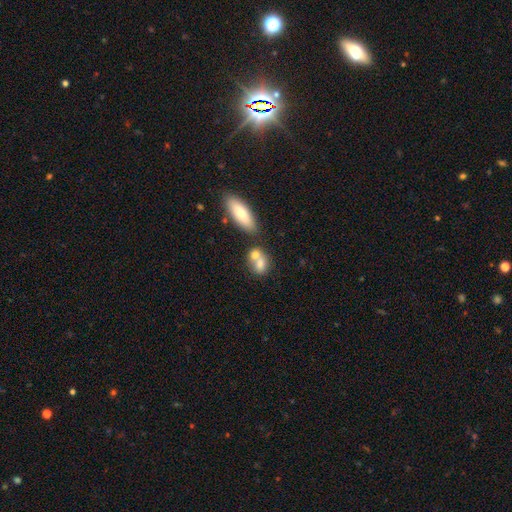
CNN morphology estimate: This appears to be a smooth galaxy with no disk features (73%) that is in between round and cigar-shaped (58%). Merging: merger (54%).